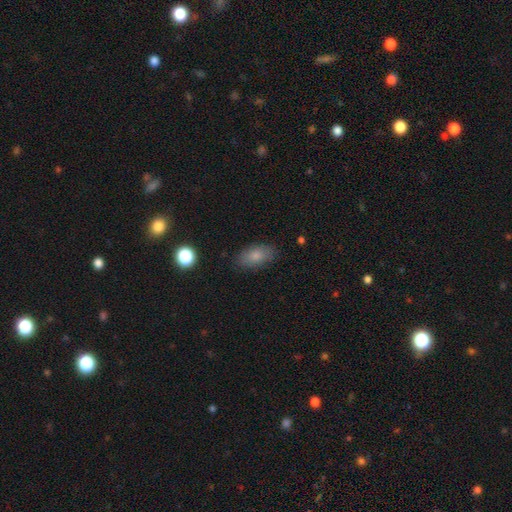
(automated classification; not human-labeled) Overall: smooth (80%). How rounded: in between (90%). Merging: none (82%).